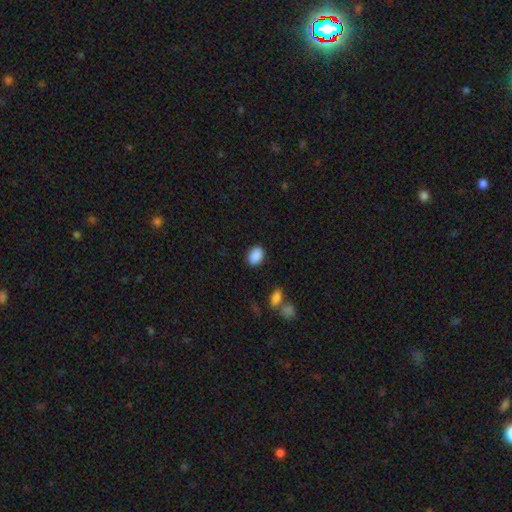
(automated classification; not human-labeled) A smooth galaxy with no disk features (89%) that is in between round and cigar-shaped (76%).

Vote fractions:
- Smooth or featured? smooth: 89% / star or artifact: 8% / featured or disk: 3%
- How rounded? in between: 76% / round: 23% / cigar-shaped: 1%
- Merging? none: 87% / minor disturbance: 9% / major disturbance: 3% / merger: 2%